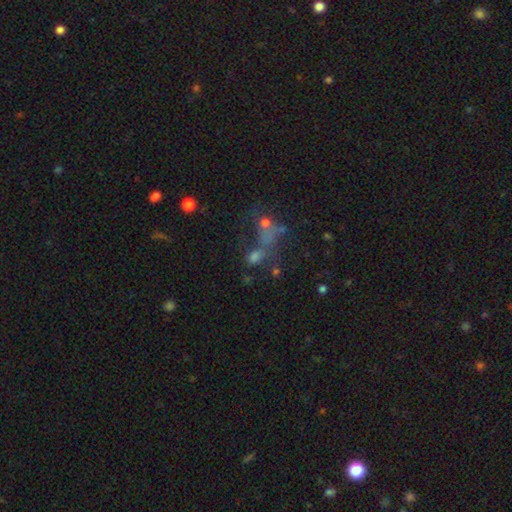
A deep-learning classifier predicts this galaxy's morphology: A smooth galaxy with no disk features (47%). Merging: merger (38%).